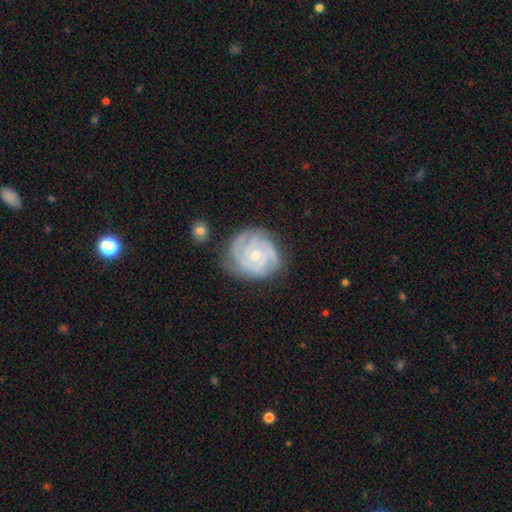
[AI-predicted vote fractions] smooth-or-featured: featured or disk: 88% | smooth: 7% | star or artifact: 5%
  disk-edge-on: no: 98% | yes: 2%
    bar: no: 69% | weak: 26% | strong: 5%
    has-spiral-arms: yes: 98% | no: 2%
      spiral-winding: tight: 75% | medium: 22% | loose: 3%
      spiral-arm-count: 3: 47% | 4: 18% | can't tell: 13% | 2: 13% | more than 4: 5% | 1: 5%
    bulge-size: small: 60% | moderate: 37% | none: 1% | large: 1% | dominant: 1%
  merging: none: 76% | minor disturbance: 17% | major disturbance: 5% | merger: 2%